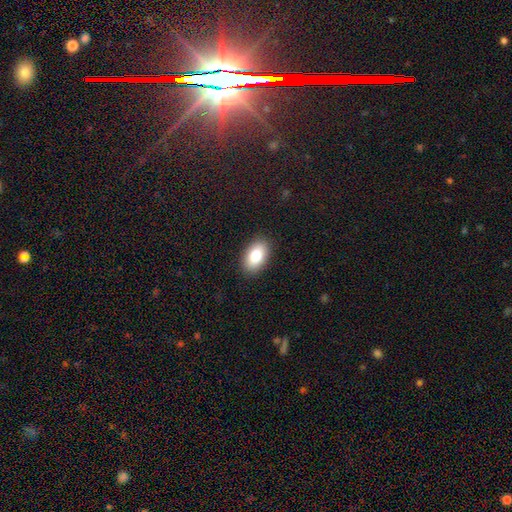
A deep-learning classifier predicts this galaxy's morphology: Smooth or featured?
  - smooth: 82% *
  - featured or disk: 11%
  - star or artifact: 7%
How rounded?
  - in between: 93% *
  - round: 6%
  - cigar-shaped: 2%
Merging?
  - none: 89% *
  - minor disturbance: 8%
  - major disturbance: 2%
  - merger: 1%